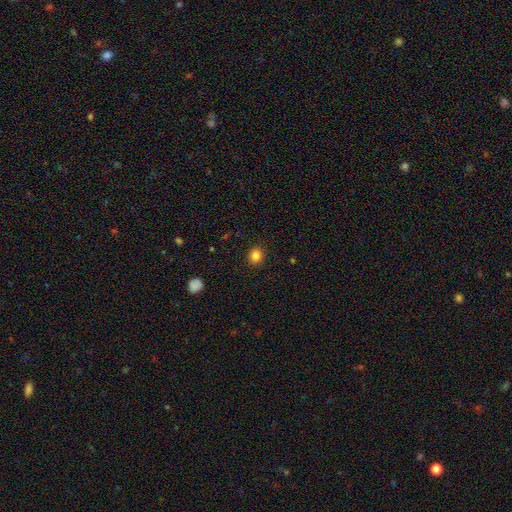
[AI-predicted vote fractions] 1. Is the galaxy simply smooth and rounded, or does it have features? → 84% smooth, 12% star or artifact, 4% featured or disk.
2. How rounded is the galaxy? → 79% round, 20% in between, 1% cigar-shaped.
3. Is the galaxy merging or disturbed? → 91% none, 6% minor disturbance, 2% major disturbance, 1% merger.